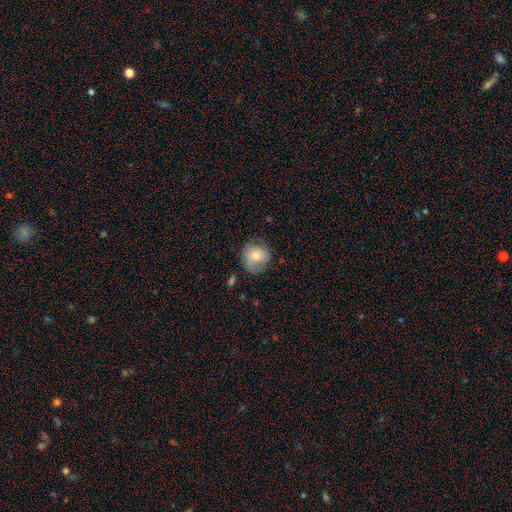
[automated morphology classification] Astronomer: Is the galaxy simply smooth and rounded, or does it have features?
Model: smooth — 70%.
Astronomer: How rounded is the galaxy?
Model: round — 81%.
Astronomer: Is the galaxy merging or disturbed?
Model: none — 64%.